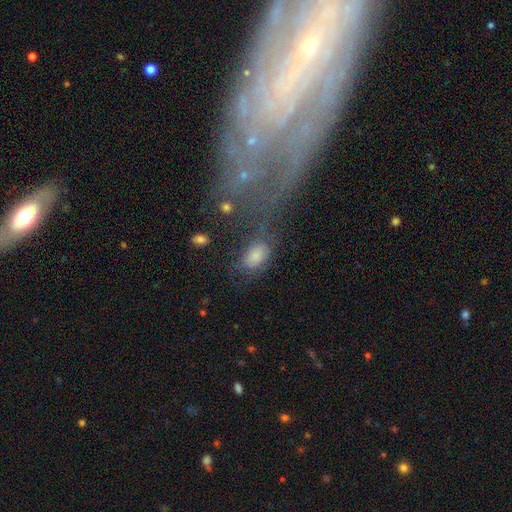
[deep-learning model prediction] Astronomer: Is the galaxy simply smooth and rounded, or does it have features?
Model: smooth — 74%.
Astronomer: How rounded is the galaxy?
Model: in between — 89%.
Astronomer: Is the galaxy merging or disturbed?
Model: none — 52%.